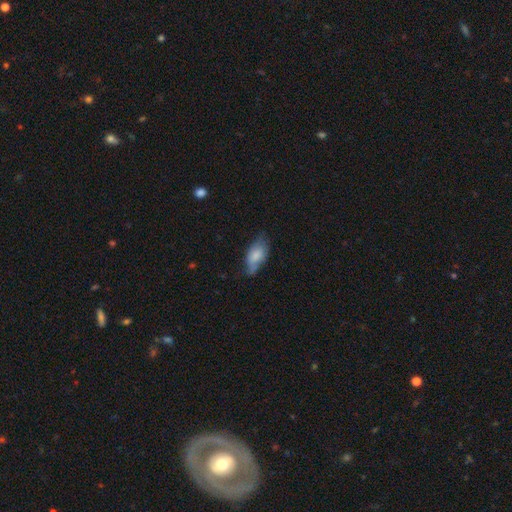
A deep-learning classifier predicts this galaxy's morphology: This appears to be a smooth galaxy with no disk features (77%) that is in between round and cigar-shaped (91%). Merging: none (48%).